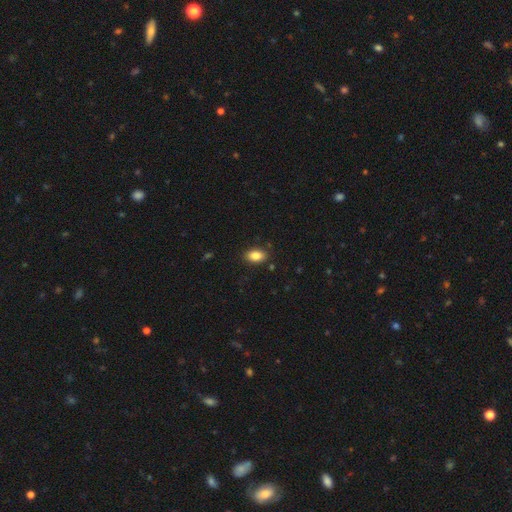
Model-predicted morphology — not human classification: Overall: smooth (84%). How rounded: in between (89%). Merging: none (87%).